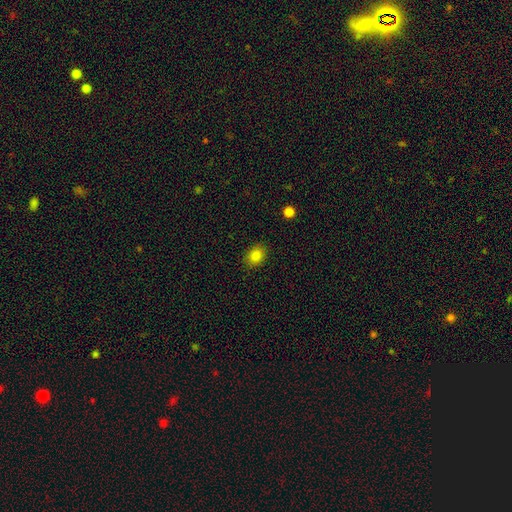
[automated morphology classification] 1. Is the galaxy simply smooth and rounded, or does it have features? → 83% smooth, 11% star or artifact, 7% featured or disk.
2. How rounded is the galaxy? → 60% in between, 39% round, 1% cigar-shaped.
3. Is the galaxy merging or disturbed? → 88% none, 9% minor disturbance, 2% major disturbance, 1% merger.